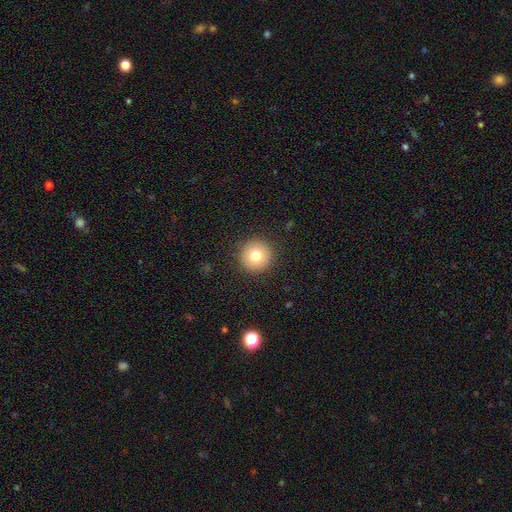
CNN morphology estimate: The model was most divided on "smooth or featured": smooth: 77%, featured or disk: 12%, star or artifact: 10%. More confident: how rounded — round (96%); merging — none (92%).